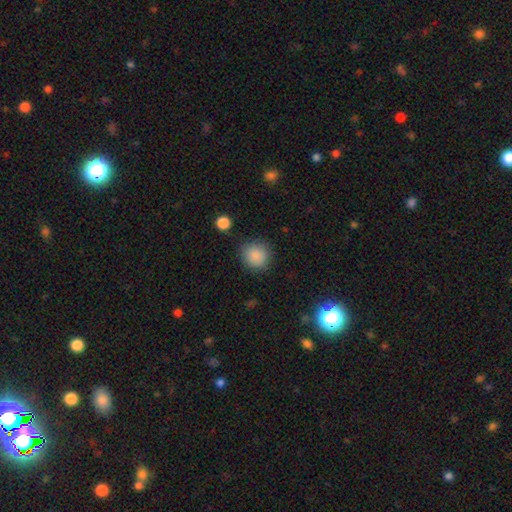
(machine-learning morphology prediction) The model was most divided on "merging": none: 84%, minor disturbance: 11%, major disturbance: 3%, merger: 2%. More confident: how rounded — round (90%); smooth or featured — smooth (87%).